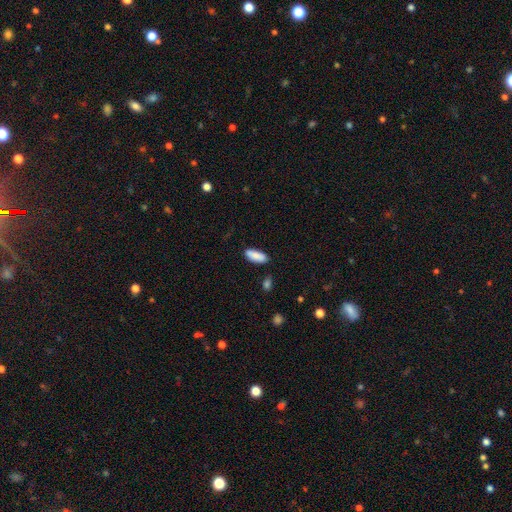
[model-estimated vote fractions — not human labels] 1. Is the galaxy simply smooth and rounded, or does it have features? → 87% smooth, 7% featured or disk, 6% star or artifact.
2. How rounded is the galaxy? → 76% in between, 22% cigar-shaped, 2% round.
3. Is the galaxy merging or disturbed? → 82% none, 13% minor disturbance, 2% major disturbance, 2% merger.